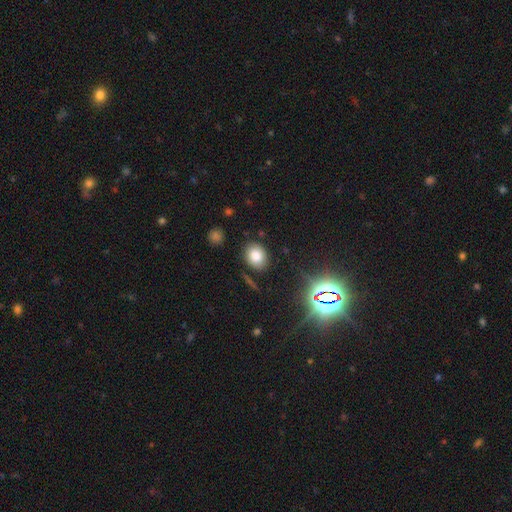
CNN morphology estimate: This is likely a smooth galaxy (79%). How rounded: possibly in between (55%). Merging: clearly none (82%).